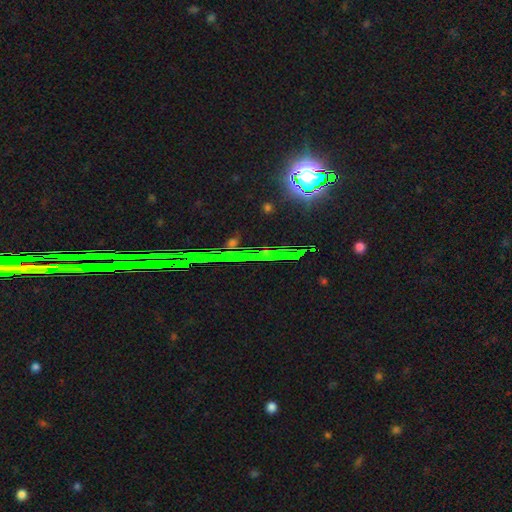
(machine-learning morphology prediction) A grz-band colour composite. It shows a star or artifact, not a galaxy (81%).